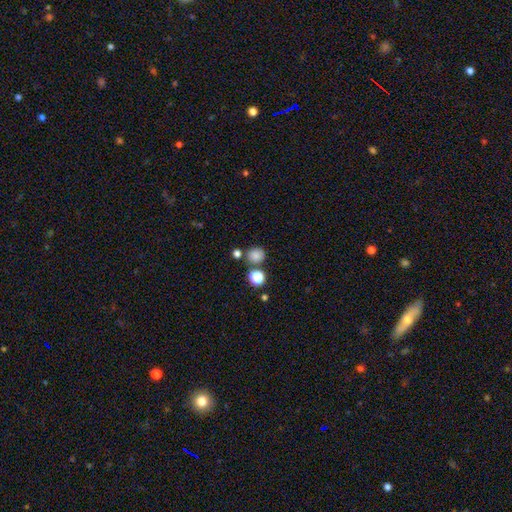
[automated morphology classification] This is likely a smooth galaxy (79%). How rounded: clearly round (81%). Merging: likely none (73%).